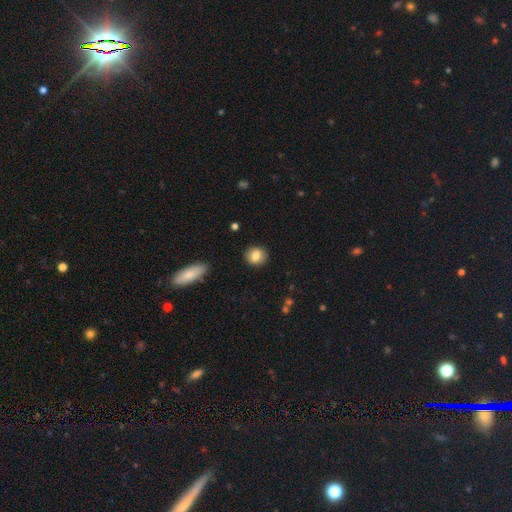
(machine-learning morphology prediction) Smooth or featured?
  - smooth: 84% *
  - star or artifact: 8%
  - featured or disk: 8%
How rounded?
  - round: 84% *
  - in between: 15%
  - cigar-shaped: 1%
Merging?
  - none: 90% *
  - minor disturbance: 7%
  - major disturbance: 2%
  - merger: 1%